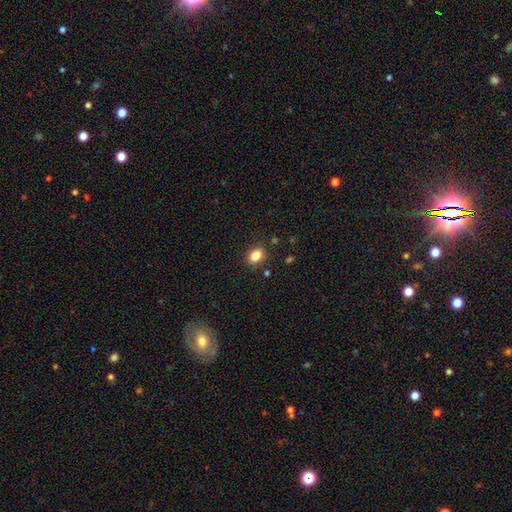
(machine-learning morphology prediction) type=smooth (83%); roundness=in between (72%); merging=none (86%).